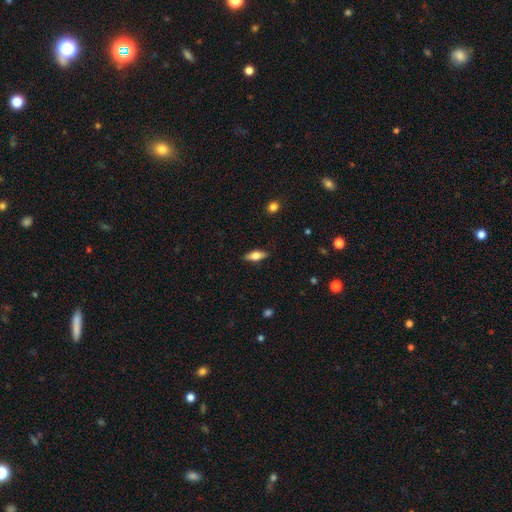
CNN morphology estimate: This appears to be a smooth galaxy with no disk features (61%) that is in between round and cigar-shaped (69%). Merging: none (88%).